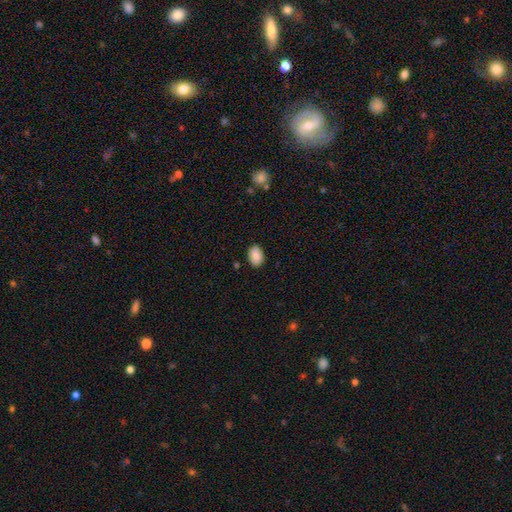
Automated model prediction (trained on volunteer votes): smooth-or-featured: smooth: 87% | star or artifact: 7% | featured or disk: 6%
  how-rounded: in between: 84% | round: 15% | cigar-shaped: 1%
  merging: none: 86% | minor disturbance: 10% | major disturbance: 2% | merger: 1%